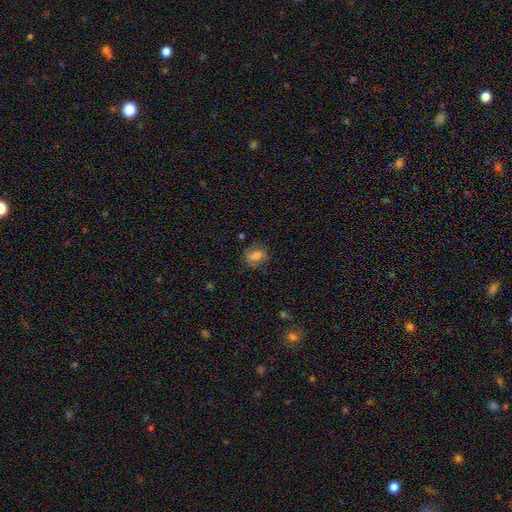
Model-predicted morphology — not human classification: This is likely a smooth galaxy (72%). How rounded: likely in between (75%). Merging: likely none (69%).